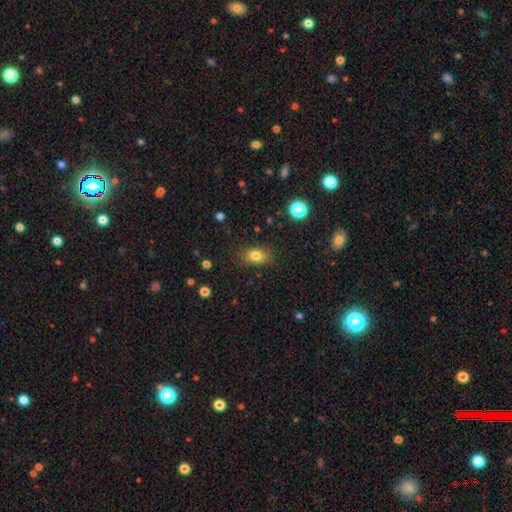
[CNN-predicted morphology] Smooth or featured? smooth (80%)
How rounded? in between (77%)
Merging? none (83%)